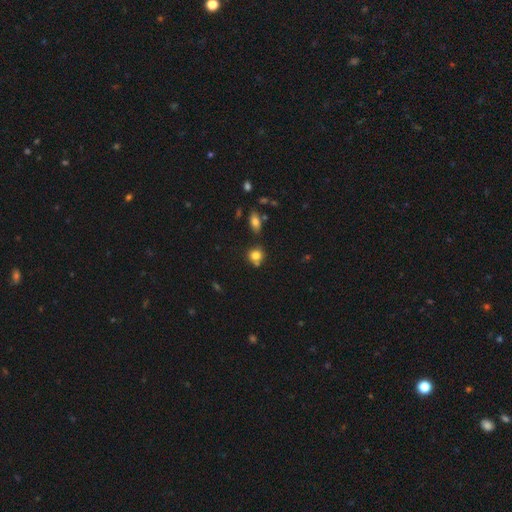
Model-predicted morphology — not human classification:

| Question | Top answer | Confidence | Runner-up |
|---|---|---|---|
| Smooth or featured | smooth | 80% | star or artifact (12%) |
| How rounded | round | 79% | in between (19%) |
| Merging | none | 62% | merger (17%) |